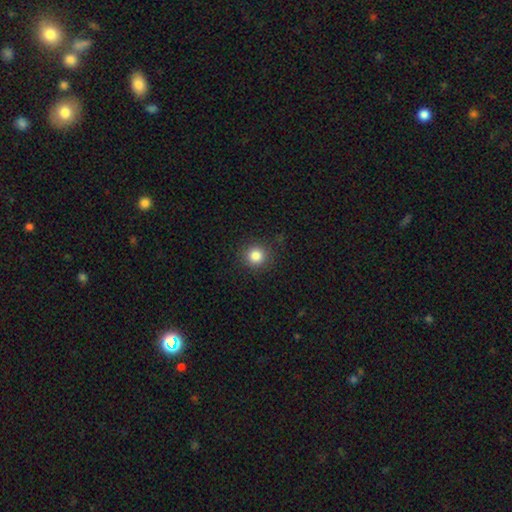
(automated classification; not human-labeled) Morphology: type=smooth (84%); roundness=round (93%); merging=none (89%).